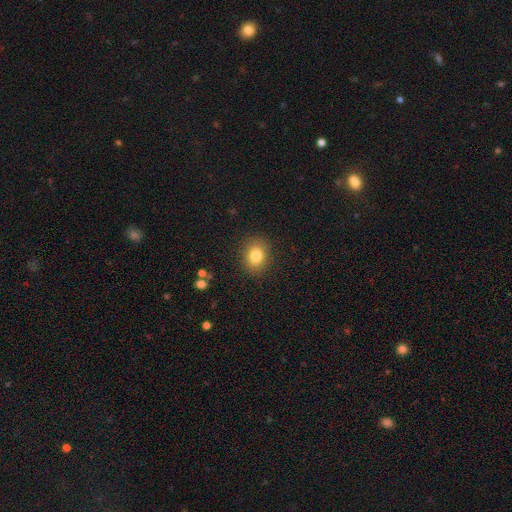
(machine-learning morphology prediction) Smooth or featured: smooth — 81% (star or artifact — 11%)
How rounded: round — 57% (in between — 42%)
Merging: none — 88% (minor disturbance — 8%)